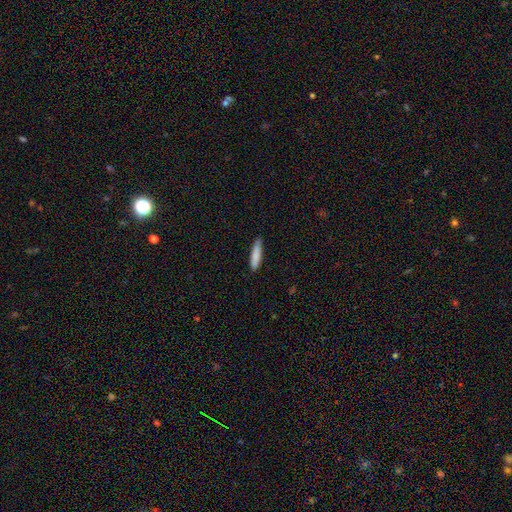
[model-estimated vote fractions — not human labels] Smooth or featured?
  - smooth: 85% *
  - featured or disk: 10%
  - star or artifact: 6%
How rounded?
  - cigar-shaped: 83% *
  - in between: 16%
  - round: 1%
Merging?
  - none: 82% *
  - minor disturbance: 15%
  - major disturbance: 2%
  - merger: 1%